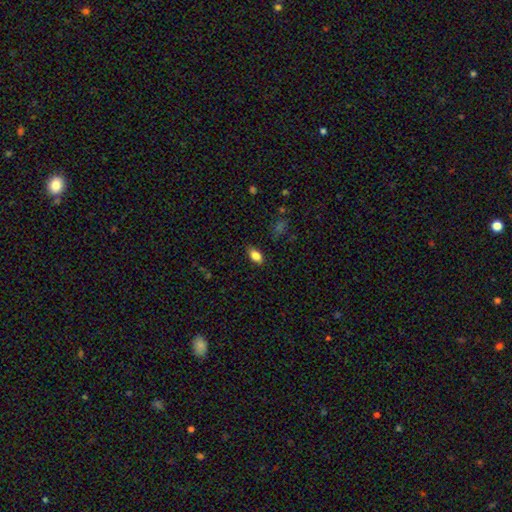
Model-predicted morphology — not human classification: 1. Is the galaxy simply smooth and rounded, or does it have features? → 84% smooth, 9% star or artifact, 7% featured or disk.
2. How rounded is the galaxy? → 90% in between, 7% round, 4% cigar-shaped.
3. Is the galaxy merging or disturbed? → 85% none, 11% minor disturbance, 2% major disturbance, 1% merger.